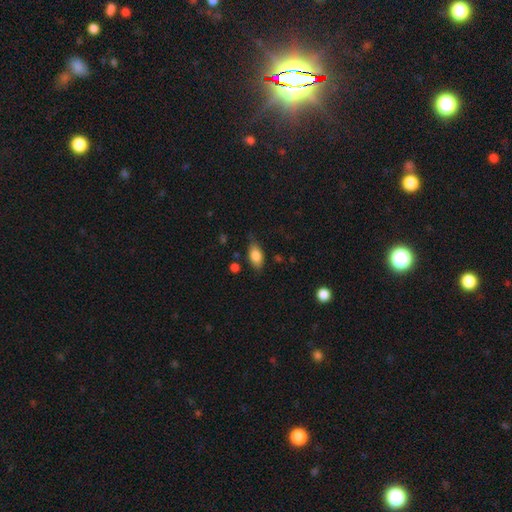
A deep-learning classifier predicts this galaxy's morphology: Overall: smooth (82%). How rounded: in between (89%). Merging: none (72%).